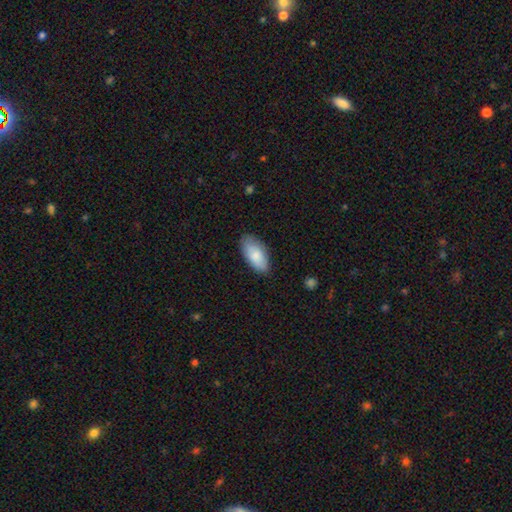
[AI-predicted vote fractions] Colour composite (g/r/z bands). It shows a smooth galaxy with no disk features (84%) that is in between round and cigar-shaped (93%). Merging: none (81%).